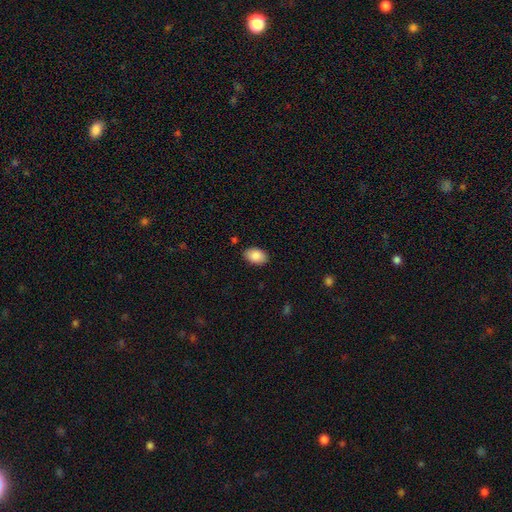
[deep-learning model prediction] The model was most divided on "merging": none: 88%, minor disturbance: 9%, major disturbance: 2%, merger: 1%. More confident: how rounded — in between (90%); smooth or featured — smooth (88%).